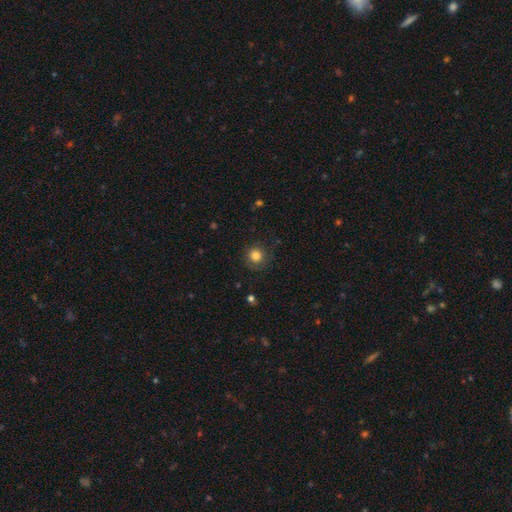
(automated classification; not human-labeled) A smooth galaxy with no disk features (82%) that is round (93%).

Vote fractions:
- Smooth or featured? smooth: 82% / star or artifact: 11% / featured or disk: 7%
- How rounded? round: 93% / in between: 7% / cigar-shaped: 1%
- Merging? none: 81% / minor disturbance: 13% / major disturbance: 5% / merger: 1%